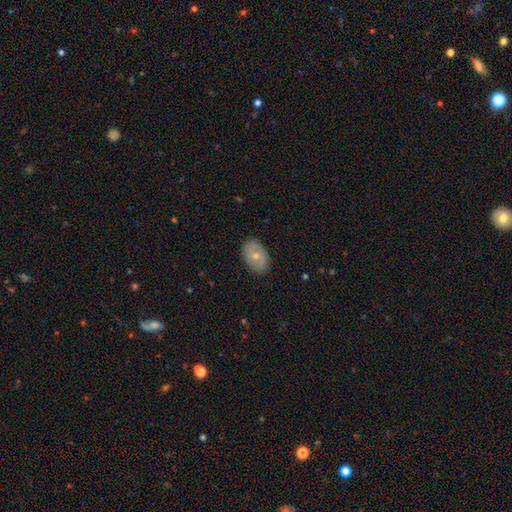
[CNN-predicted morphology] smooth-or-featured: smooth: 48% | featured or disk: 44% | star or artifact: 7%
  merging: none: 84% | minor disturbance: 13% | major disturbance: 3% | merger: 1%